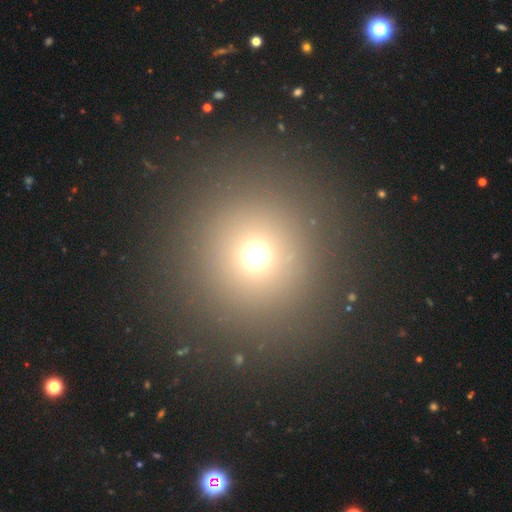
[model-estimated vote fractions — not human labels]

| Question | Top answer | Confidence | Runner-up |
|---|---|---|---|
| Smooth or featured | smooth | 67% | star or artifact (24%) |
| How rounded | round | 94% | in between (5%) |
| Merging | none | 88% | minor disturbance (6%) |